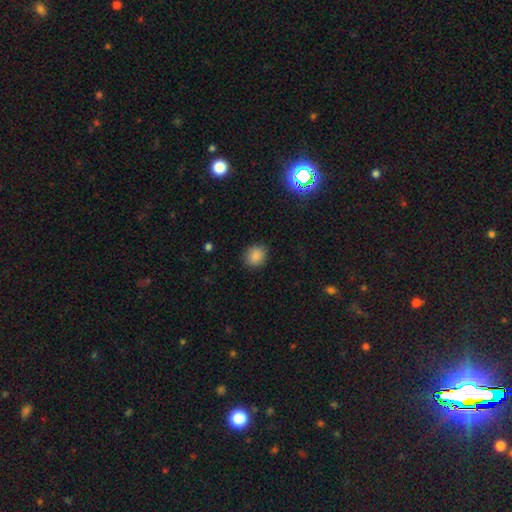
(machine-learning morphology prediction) smooth_or_featured: smooth (p=0.86) [alt: star or artifact p=0.10]
how_rounded: round (p=0.74) [alt: in between p=0.25]
merging: none (p=0.87) [alt: minor disturbance p=0.10]